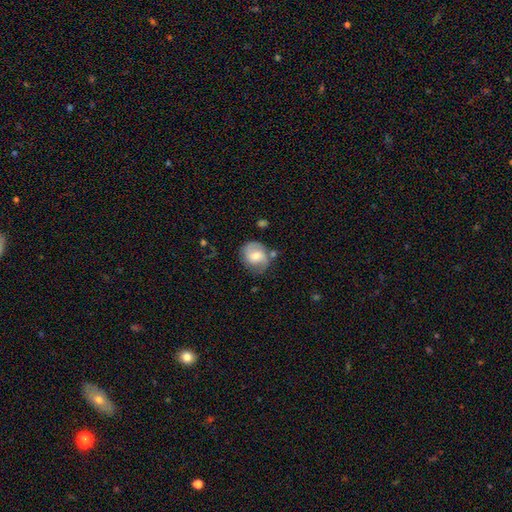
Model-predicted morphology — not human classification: Smooth or featured? Predicted: featured or disk (p=0.53). Edge-on disk? Predicted: no (p=0.97). Bar? Predicted: weak (p=0.45). Spiral arms? Predicted: yes (p=0.85). Bulge size? Predicted: moderate (p=0.62). Merging? Predicted: none (p=0.65).